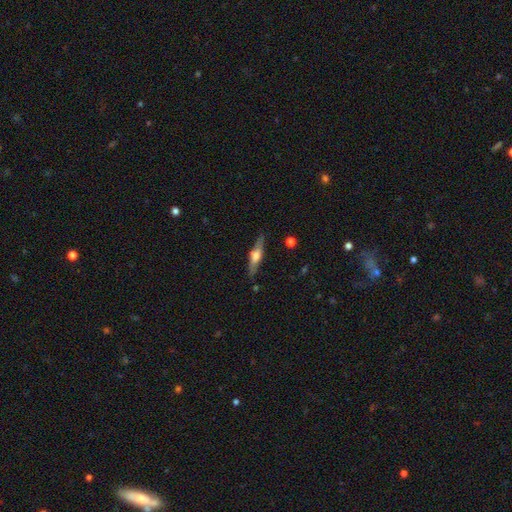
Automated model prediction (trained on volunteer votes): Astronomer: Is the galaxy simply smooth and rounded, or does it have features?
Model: featured or disk — 59% (runner-up: smooth, 35%).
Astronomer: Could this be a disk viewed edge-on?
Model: yes — 94%.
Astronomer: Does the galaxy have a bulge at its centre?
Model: rounded — 82%.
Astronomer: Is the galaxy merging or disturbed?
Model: none — 84%.